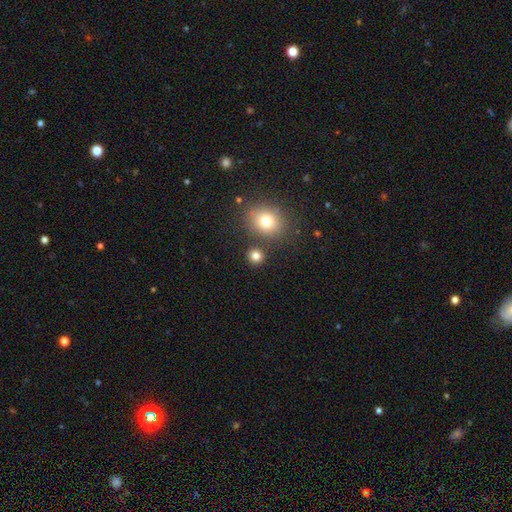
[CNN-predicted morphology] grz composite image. It shows a smooth galaxy with no disk features (80%) that is round (85%). Merging: none (80%).